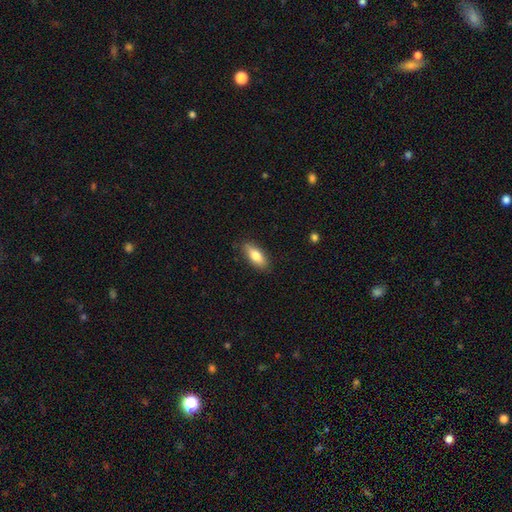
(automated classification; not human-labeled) Q: Smooth or featured?
A: smooth (78%); runner-up: featured or disk (16%)
Q: How rounded?
A: in between (78%); runner-up: cigar-shaped (19%)
Q: Merging?
A: none (85%); runner-up: minor disturbance (12%)